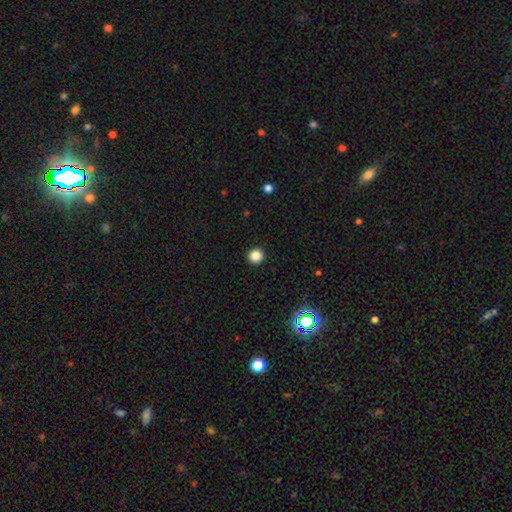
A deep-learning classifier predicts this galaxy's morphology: Smooth or featured? Predicted: smooth (p=0.85). How rounded? Predicted: round (p=0.94). Merging? Predicted: none (p=0.93).